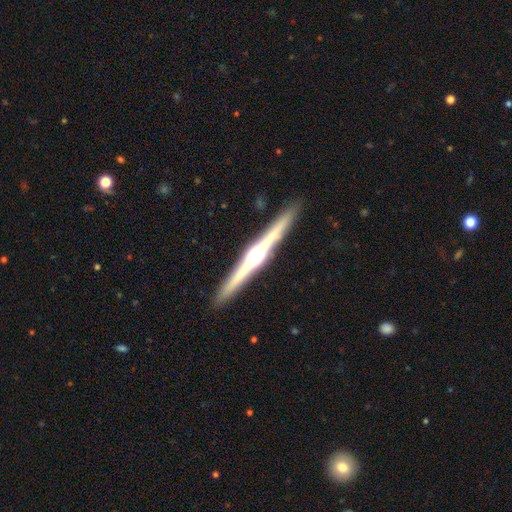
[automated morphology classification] This is clearly a featured or disk galaxy (84%). It is clearly viewed edge-on (99%). Edge-on bulge: clearly rounded (86%). Merging: clearly none (92%).